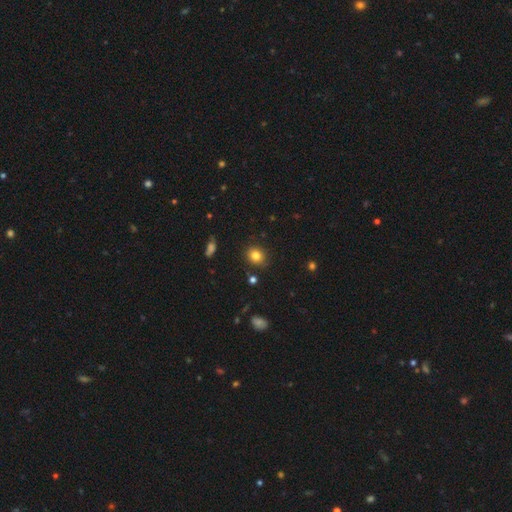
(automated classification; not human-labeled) Overall: smooth (82%). How rounded: round (70%). Merging: none (85%).